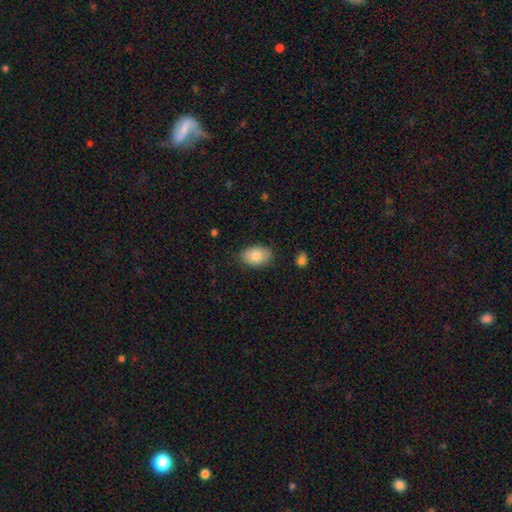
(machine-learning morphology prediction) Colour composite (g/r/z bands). It shows a smooth galaxy with no disk features (82%) that is in between round and cigar-shaped (87%). Merging: none (82%).